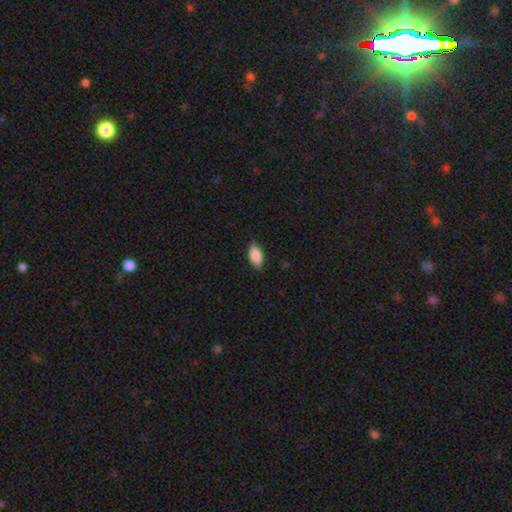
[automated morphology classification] smooth_or_featured: smooth (p=0.89) [alt: star or artifact p=0.06]
how_rounded: in between (p=0.91) [alt: cigar-shaped p=0.06]
merging: none (p=0.86) [alt: minor disturbance p=0.11]